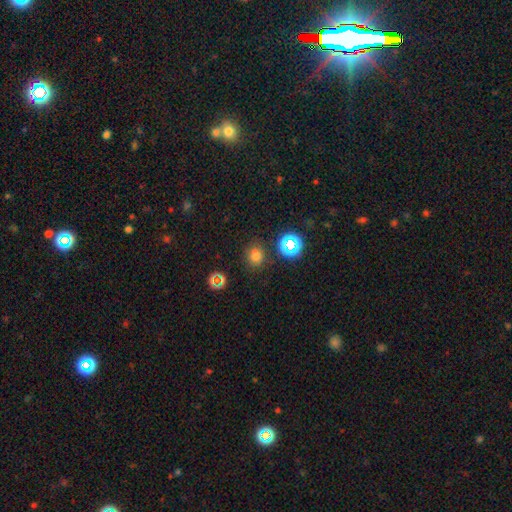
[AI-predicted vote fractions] smooth_or_featured: smooth (p=0.69) [alt: star or artifact p=0.25]
how_rounded: round (p=0.75) [alt: in between p=0.24]
merging: none (p=0.80) [alt: minor disturbance p=0.11]